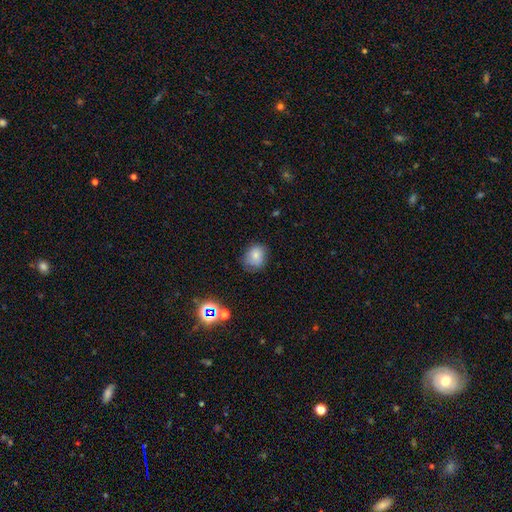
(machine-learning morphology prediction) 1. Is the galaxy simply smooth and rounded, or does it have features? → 76% smooth, 12% star or artifact, 11% featured or disk.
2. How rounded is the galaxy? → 64% round, 35% in between, 1% cigar-shaped.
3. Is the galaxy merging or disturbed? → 65% none, 26% minor disturbance, 7% major disturbance, 2% merger.